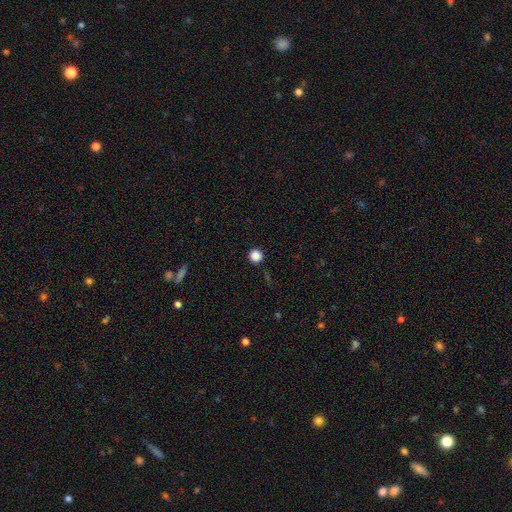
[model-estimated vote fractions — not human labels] Morphology: type=smooth (87%); roundness=round (96%); merging=none (92%).